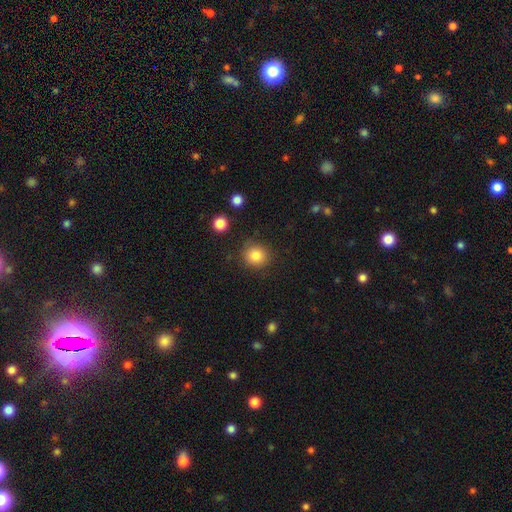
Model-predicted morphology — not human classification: A smooth galaxy with no disk features (84%) that is round (90%).

Vote fractions:
- Smooth or featured? smooth: 84% / star or artifact: 10% / featured or disk: 6%
- How rounded? round: 90% / in between: 9% / cigar-shaped: 1%
- Merging? none: 87% / minor disturbance: 8% / major disturbance: 3% / merger: 2%